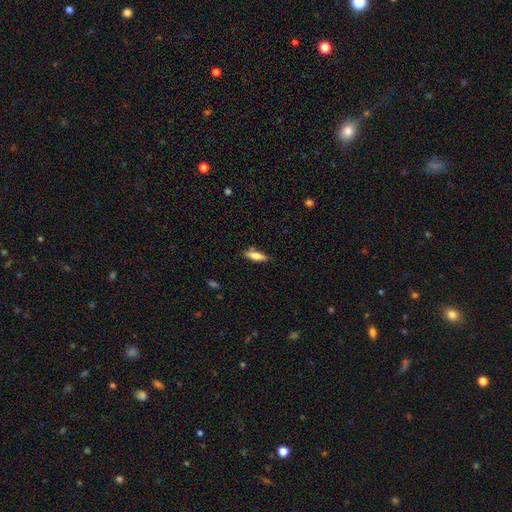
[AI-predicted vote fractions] A smooth galaxy with no disk features (75%) that is cigar-shaped (56%). Merging: none (81%).